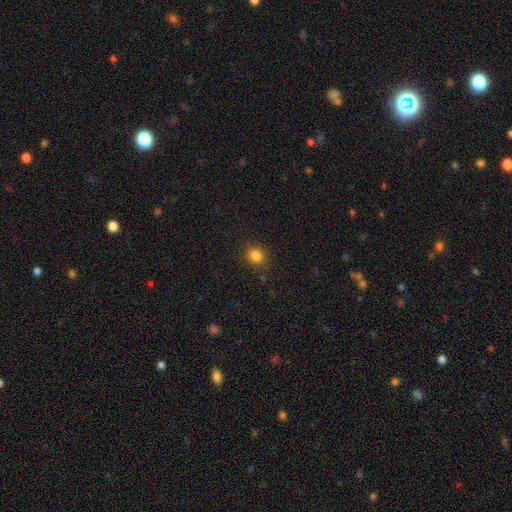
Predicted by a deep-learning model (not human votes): smooth-or-featured: smooth: 83% | star or artifact: 12% | featured or disk: 5%
  how-rounded: round: 84% | in between: 15% | cigar-shaped: 1%
  merging: none: 88% | minor disturbance: 8% | major disturbance: 3% | merger: 2%